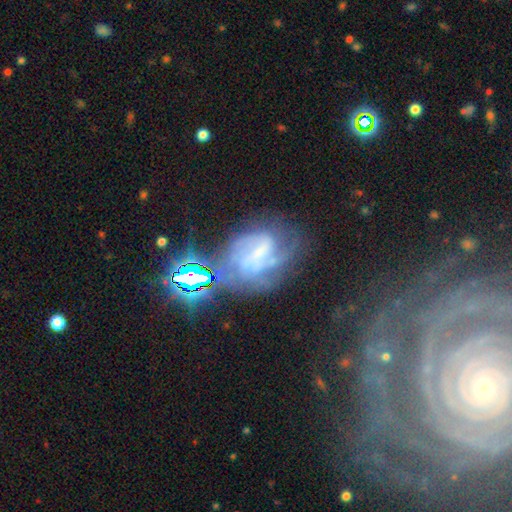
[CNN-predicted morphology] smooth-or-featured: featured or disk: 67% | star or artifact: 19% | smooth: 14%
  disk-edge-on: no: 97% | yes: 3%
    bar: weak: 40% | no: 37% | strong: 23%
    has-spiral-arms: yes: 84% | no: 16%
      spiral-winding: medium: 41% | tight: 37% | loose: 22%
      spiral-arm-count: can't tell: 38% | 2: 27% | 3: 16% | 1: 8% | 4: 6% | more than 4: 5%
    bulge-size: small: 43% | none: 39% | moderate: 13% | large: 3% | dominant: 2%
  merging: none: 39% | major disturbance: 28% | minor disturbance: 20% | merger: 12%